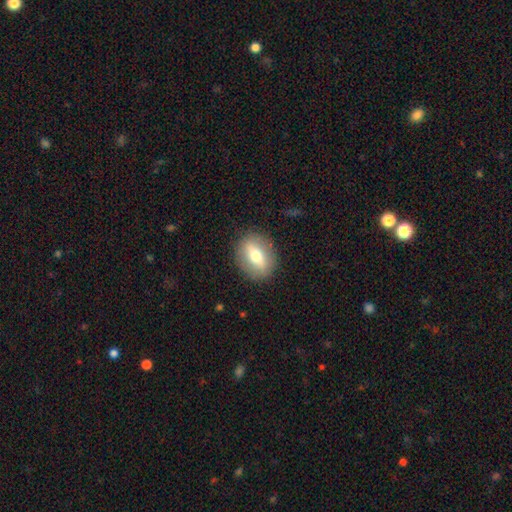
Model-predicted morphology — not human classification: A smooth galaxy with no disk features (58%) that is in between round and cigar-shaped (55%). Merging: none (87%).